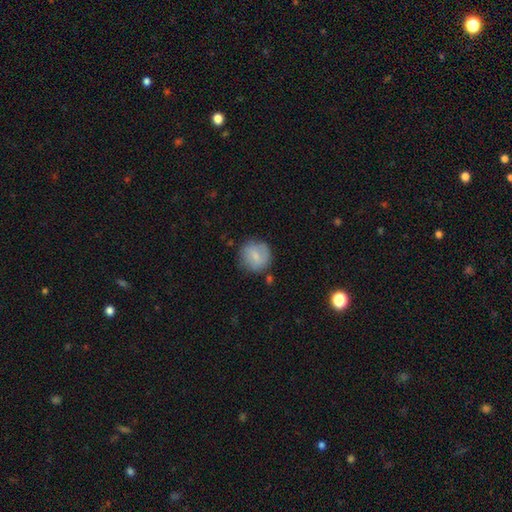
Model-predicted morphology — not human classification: Smooth or featured: smooth — 74% (featured or disk — 19%)
How rounded: round — 89% (in between — 10%)
Merging: none — 73% (minor disturbance — 19%)